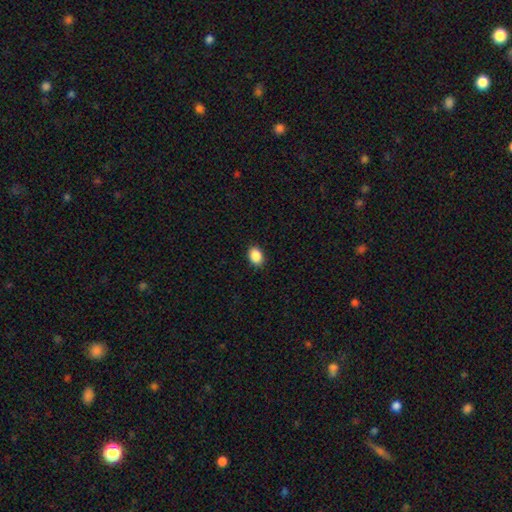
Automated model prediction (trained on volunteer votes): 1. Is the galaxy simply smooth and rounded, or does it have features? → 89% smooth, 8% star or artifact, 3% featured or disk.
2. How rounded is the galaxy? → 71% in between, 28% round, 1% cigar-shaped.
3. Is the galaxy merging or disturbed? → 90% none, 7% minor disturbance, 2% major disturbance, 1% merger.